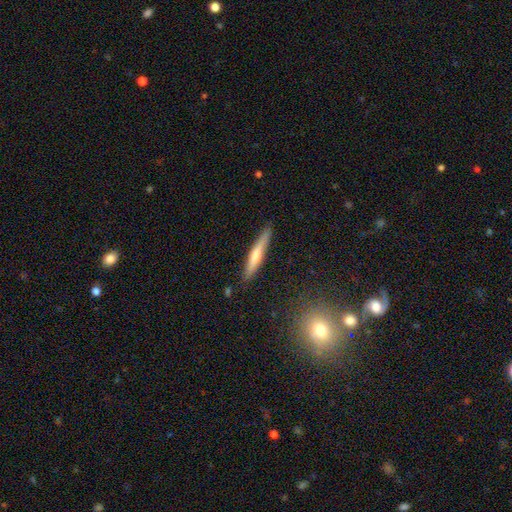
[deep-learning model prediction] Overall: smooth (55%; featured or disk 39%). How rounded: cigar-shaped (93%). Merging: none (85%).